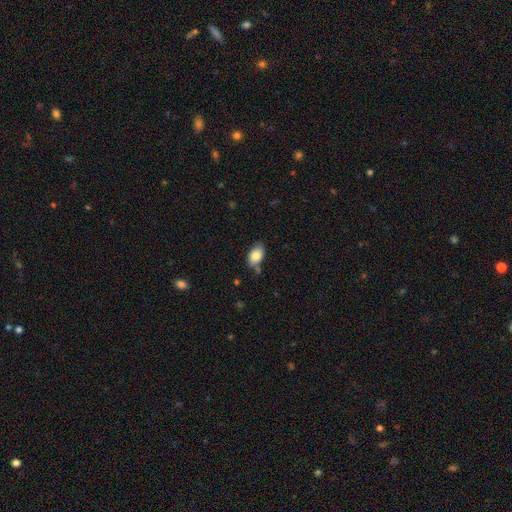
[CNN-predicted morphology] A smooth galaxy with no disk features (83%) that is in between round and cigar-shaped (91%). Merging: none (67%).